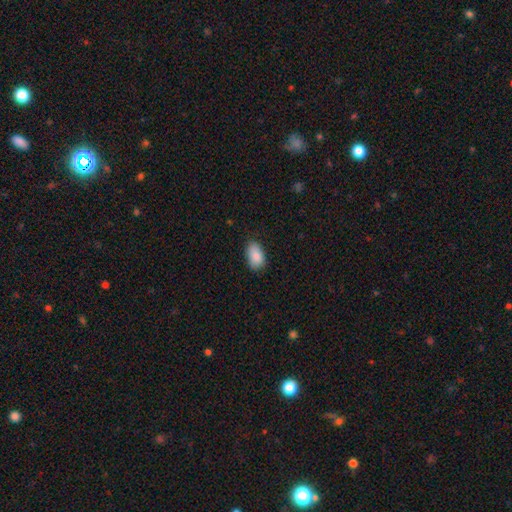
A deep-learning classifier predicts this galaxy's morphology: Smooth or featured: smooth — 87% (star or artifact — 7%)
How rounded: in between — 93% (round — 6%)
Merging: none — 80% (minor disturbance — 16%)